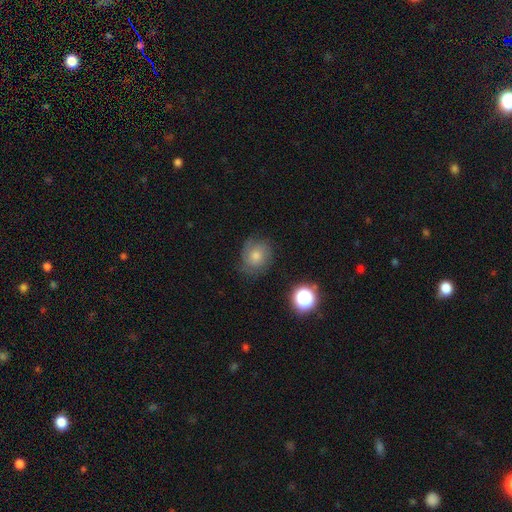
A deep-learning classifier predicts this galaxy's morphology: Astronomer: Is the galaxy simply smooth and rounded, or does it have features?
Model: featured or disk — 47% (runner-up: smooth, 37%).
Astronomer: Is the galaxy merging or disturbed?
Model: none — 74%.